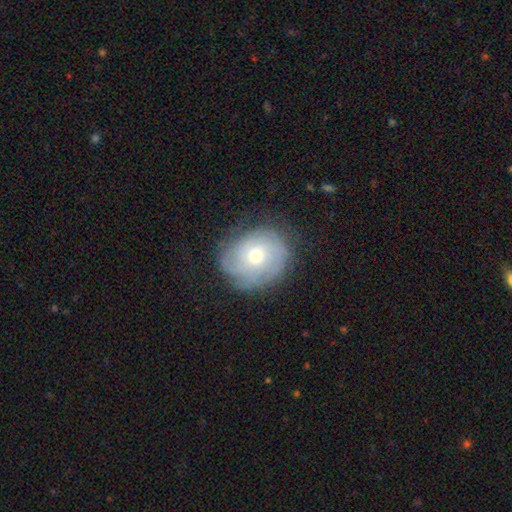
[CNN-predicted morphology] featured or disk 59%, smooth 33%, star or artifact 8%. Down the decision tree: edge-on disk — no (96%); bar — no (83%); spiral arms — yes (80%); bulge size — moderate (56%); merging — none (71%).